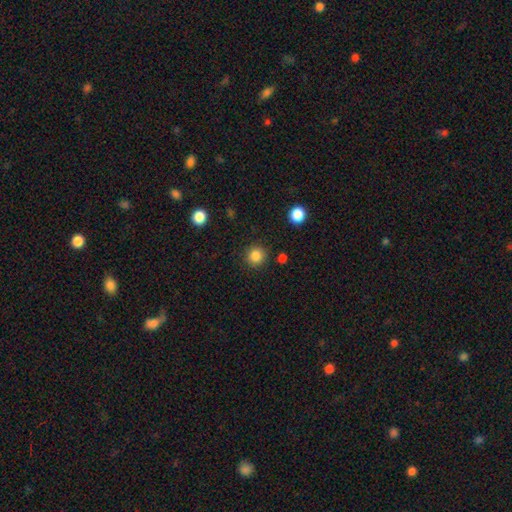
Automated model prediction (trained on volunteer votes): The model was most divided on "smooth or featured": smooth: 85%, star or artifact: 11%, featured or disk: 4%. More confident: how rounded — round (93%); merging — none (89%).